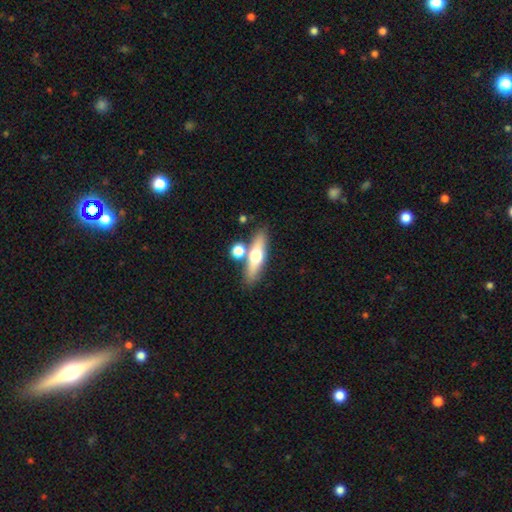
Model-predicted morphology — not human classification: Smooth or featured? Predicted: featured or disk (p=0.47). Merging? Predicted: none (p=0.74).